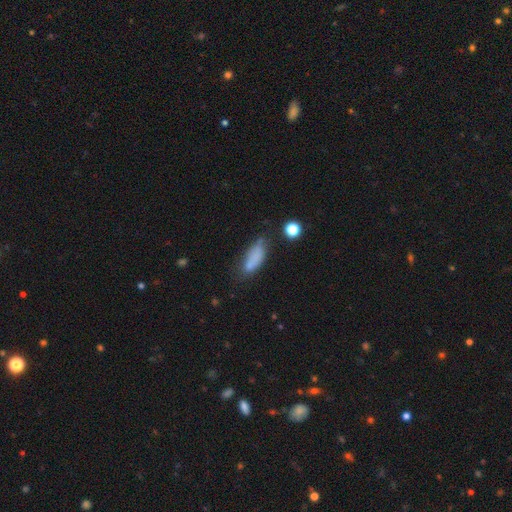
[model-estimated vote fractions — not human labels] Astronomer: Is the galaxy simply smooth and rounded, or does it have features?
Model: smooth — 74%.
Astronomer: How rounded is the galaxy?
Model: in between — 71%.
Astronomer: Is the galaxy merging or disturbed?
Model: none — 46% (runner-up: minor disturbance, 30%).